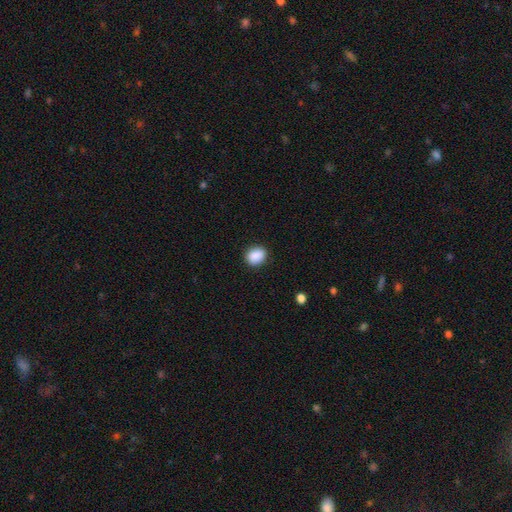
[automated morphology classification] This is clearly a smooth galaxy (89%). How rounded: possibly round (52%). Merging: clearly none (88%).